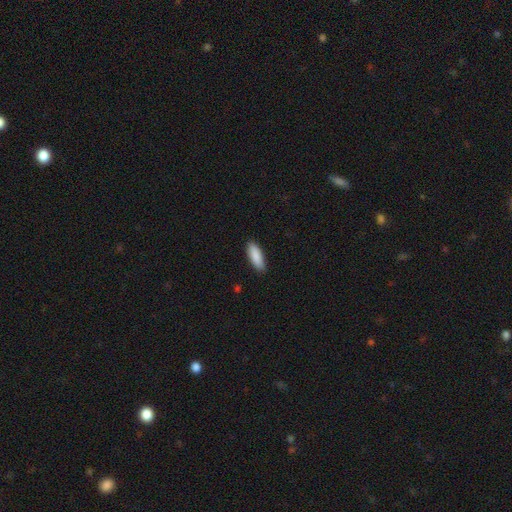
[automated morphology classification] A smooth galaxy with no disk features (90%) that is in between round and cigar-shaped (60%). Merging: none (88%).